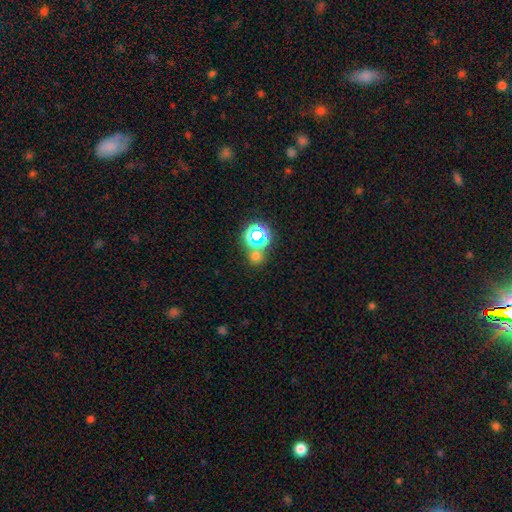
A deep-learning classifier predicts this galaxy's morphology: A smooth galaxy with no disk features (53%) that is round (84%).

Vote fractions:
- Smooth or featured? smooth: 53% / star or artifact: 40% / featured or disk: 7%
- How rounded? round: 84% / in between: 15% / cigar-shaped: 1%
- Merging? none: 64% / merger: 24% / minor disturbance: 8% / major disturbance: 4%